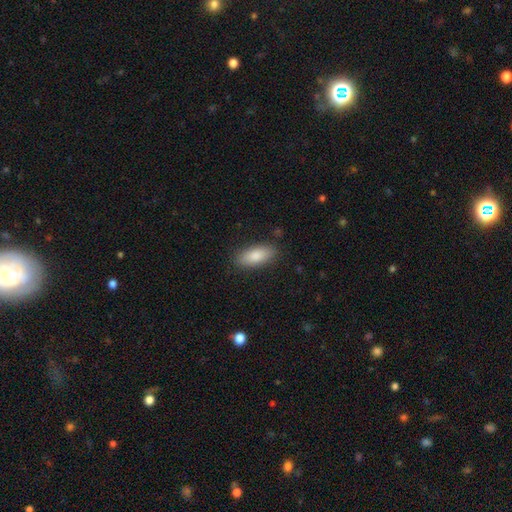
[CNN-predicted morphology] Smooth or featured? Predicted: smooth (p=0.85). How rounded? Predicted: in between (p=0.83). Merging? Predicted: none (p=0.85).